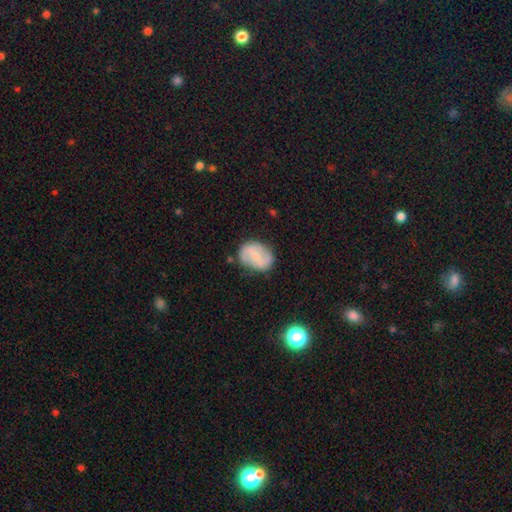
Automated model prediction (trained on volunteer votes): smooth_or_featured: featured or disk (p=0.54) [alt: smooth p=0.40]
disk_edge_on: no (p=0.97) [alt: yes p=0.03]
bar: weak (p=0.47) [alt: no p=0.34]
has_spiral_arms: yes (p=0.77) [alt: no p=0.23]
bulge_size: small (p=0.58) [alt: moderate p=0.30]
merging: none (p=0.74) [alt: minor disturbance p=0.19]